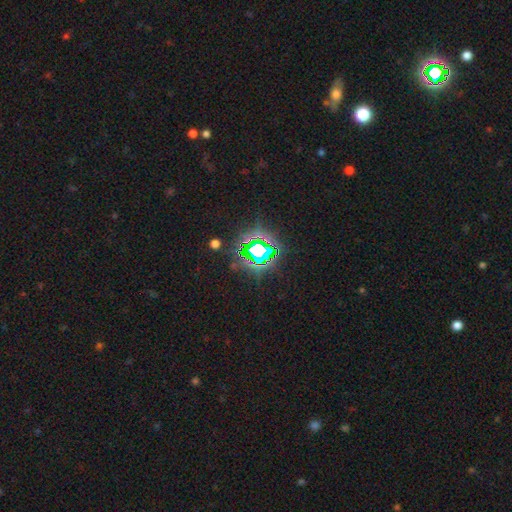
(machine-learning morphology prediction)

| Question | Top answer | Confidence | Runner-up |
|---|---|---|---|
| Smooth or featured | star or artifact | 78% | smooth (13%) |